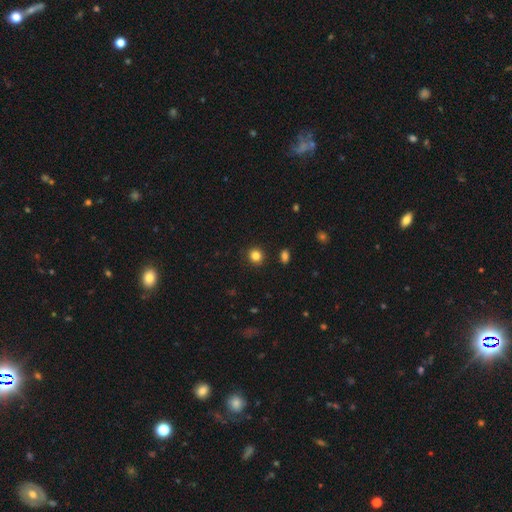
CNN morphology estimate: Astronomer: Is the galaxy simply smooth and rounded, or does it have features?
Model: smooth — 84%.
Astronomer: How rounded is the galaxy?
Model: round — 87%.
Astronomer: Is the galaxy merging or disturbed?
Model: none — 90%.